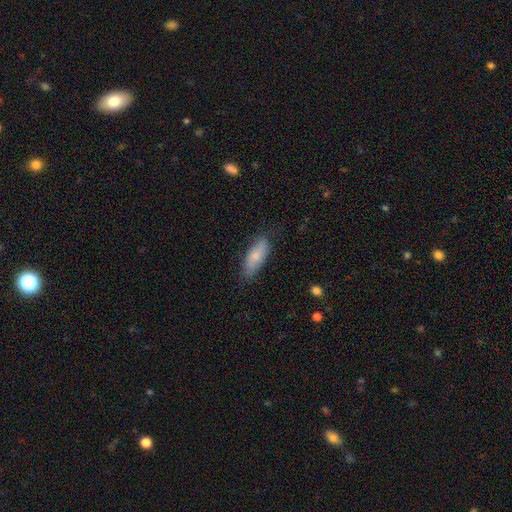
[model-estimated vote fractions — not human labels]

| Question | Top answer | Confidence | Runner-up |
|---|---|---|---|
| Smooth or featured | smooth | 74% | featured or disk (20%) |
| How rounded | in between | 65% | cigar-shaped (32%) |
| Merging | none | 76% | minor disturbance (19%) |